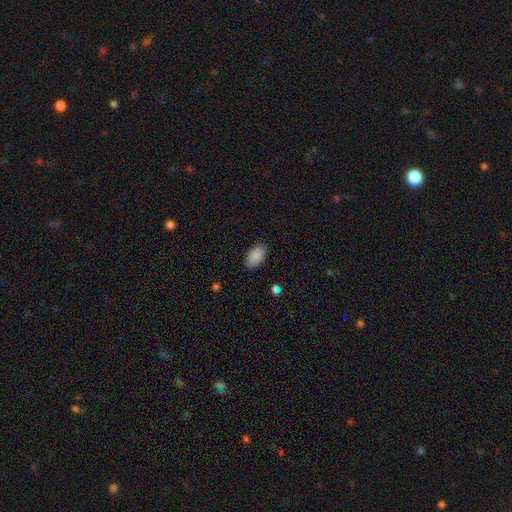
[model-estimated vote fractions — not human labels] A smooth galaxy with no disk features (89%) that is in between round and cigar-shaped (93%). Merging: none (86%).